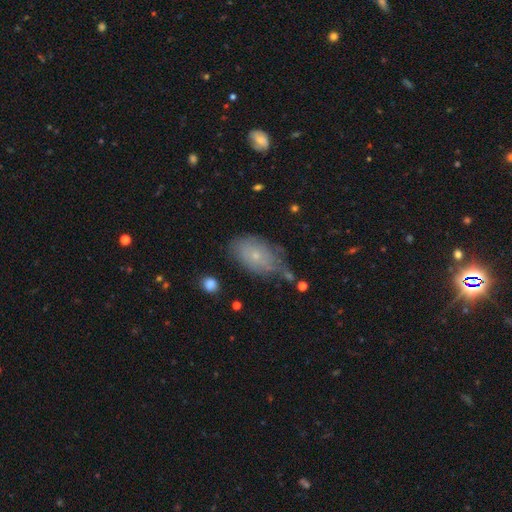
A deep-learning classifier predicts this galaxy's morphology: Overall: smooth (59%; featured or disk 32%). How rounded: in between (89%). Merging: none (49%; minor disturbance 34%).